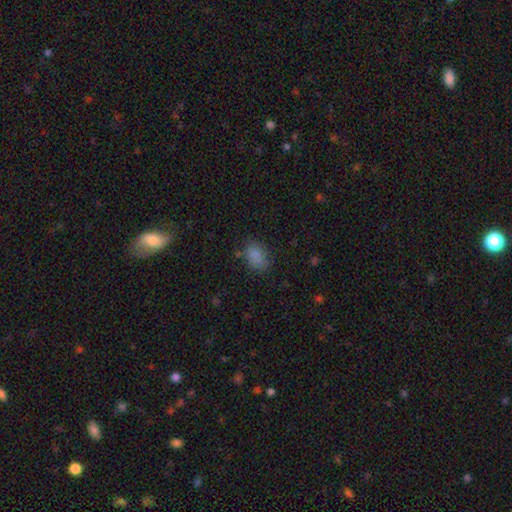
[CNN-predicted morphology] Overall: smooth (81%). How rounded: in between (75%). Merging: none (68%).